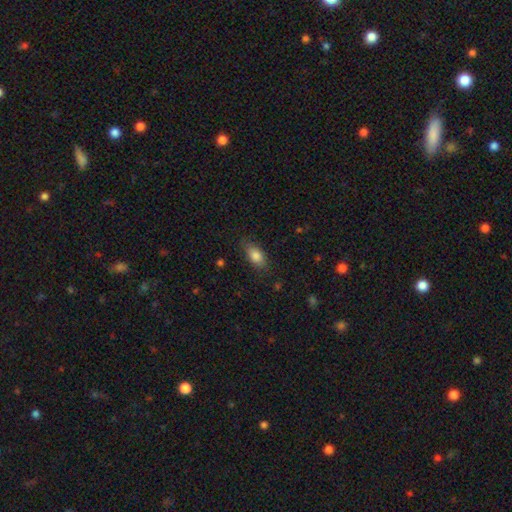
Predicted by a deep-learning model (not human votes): Smooth or featured: smooth — 83% (featured or disk — 9%)
How rounded: in between — 87% (cigar-shaped — 8%)
Merging: none — 79% (minor disturbance — 16%)